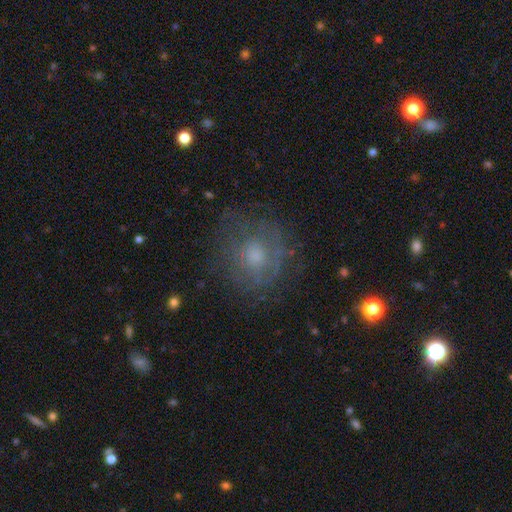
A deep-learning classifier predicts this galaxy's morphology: Smooth or featured? smooth (49%)
Merging? none (67%)